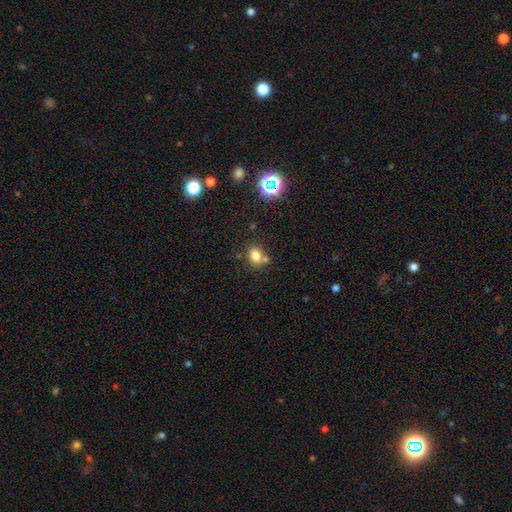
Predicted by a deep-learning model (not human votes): Smooth or featured?
  - smooth: 78% *
  - star or artifact: 14%
  - featured or disk: 8%
How rounded?
  - round: 51% *
  - in between: 48%
  - cigar-shaped: 1%
Merging?
  - none: 63% *
  - merger: 20%
  - minor disturbance: 13%
  - major disturbance: 4%